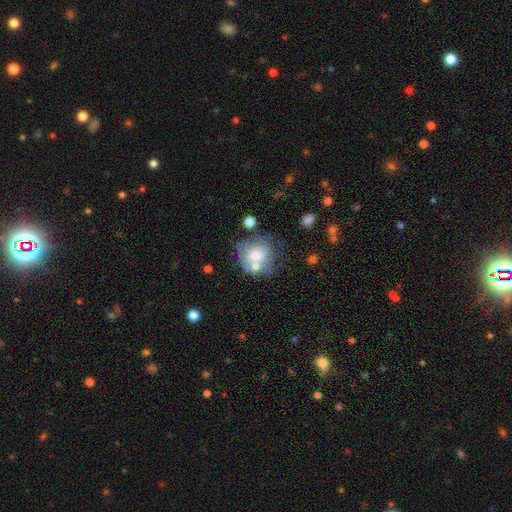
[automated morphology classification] type=smooth (55%); roundness=round (75%); merging=none (39%).